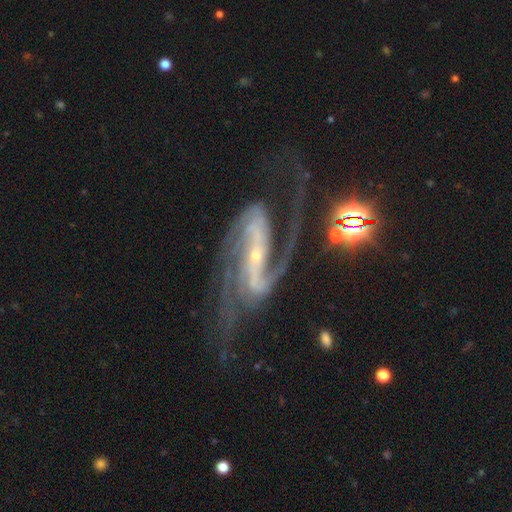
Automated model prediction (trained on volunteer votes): A featured or disk galaxy (91%) with a strong bar (61%), 2 (85%) medium (54%) spiral arms (98%) and a small central bulge (81%). Merging: none (60%).